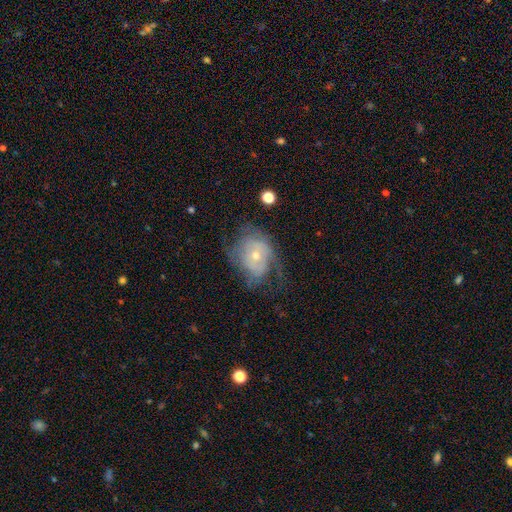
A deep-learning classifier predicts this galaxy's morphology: Overall: featured or disk (64%; smooth 27%). Edge-on disk: no (96%). Bar: no (80%). Spiral arms: yes (65%; no 35%). Bulge size: small (56%; moderate 40%). Merging: none (42%; major disturbance 30%).